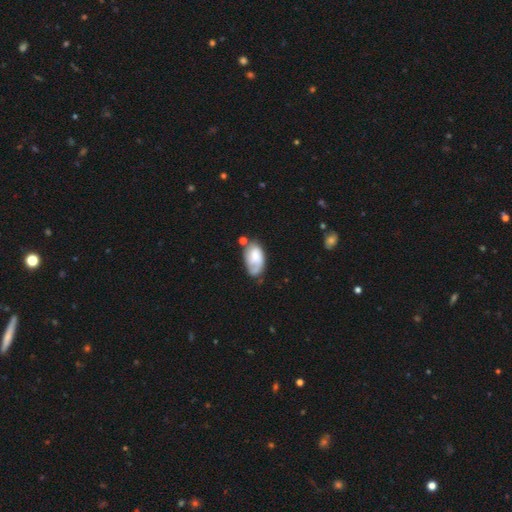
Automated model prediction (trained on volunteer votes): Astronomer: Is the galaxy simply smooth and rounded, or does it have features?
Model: smooth — 58% (runner-up: featured or disk, 35%).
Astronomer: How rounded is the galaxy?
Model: in between — 93%.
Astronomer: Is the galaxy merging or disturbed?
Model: none — 47% (runner-up: minor disturbance, 29%).